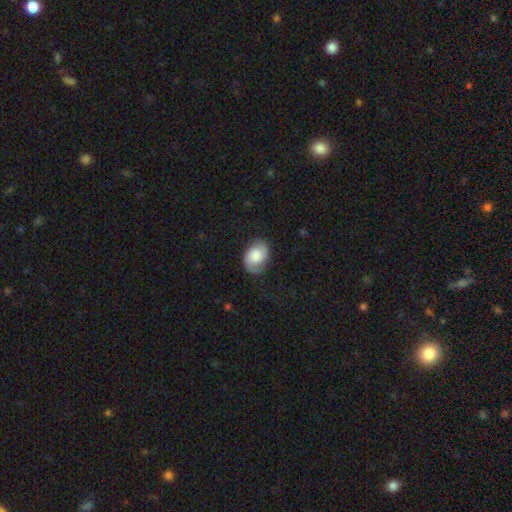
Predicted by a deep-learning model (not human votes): A featured or disk galaxy (50%). Merging: none (74%).